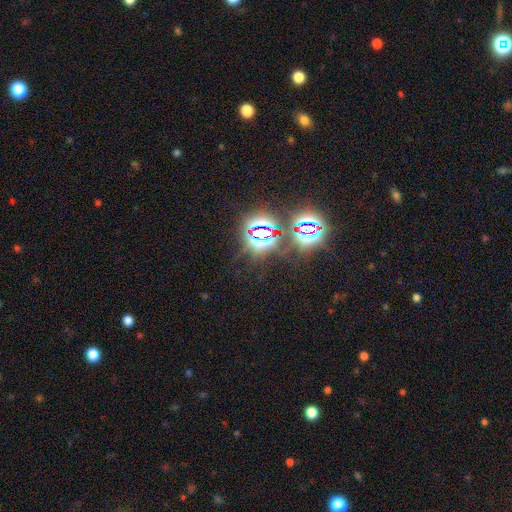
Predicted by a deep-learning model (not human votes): A star or artifact, not a galaxy (80%).